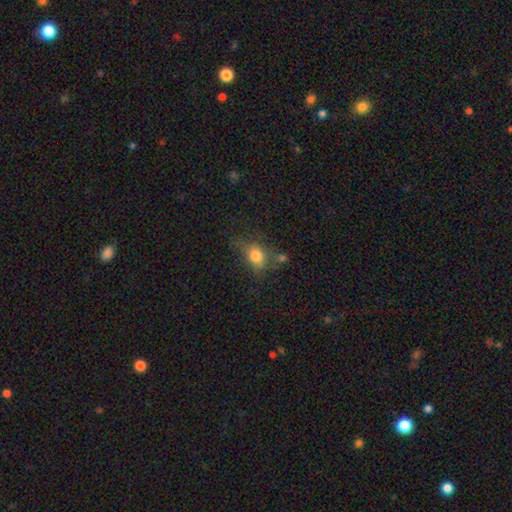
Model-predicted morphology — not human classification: smooth_or_featured: smooth (p=0.77) [alt: featured or disk p=0.12]
how_rounded: in between (p=0.62) [alt: round p=0.35]
merging: none (p=0.48) [alt: minor disturbance p=0.27]